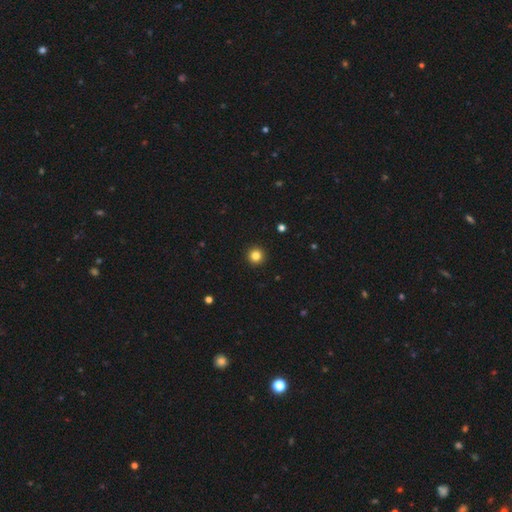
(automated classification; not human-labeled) Morphology: type=smooth (83%); roundness=round (96%); merging=none (94%).